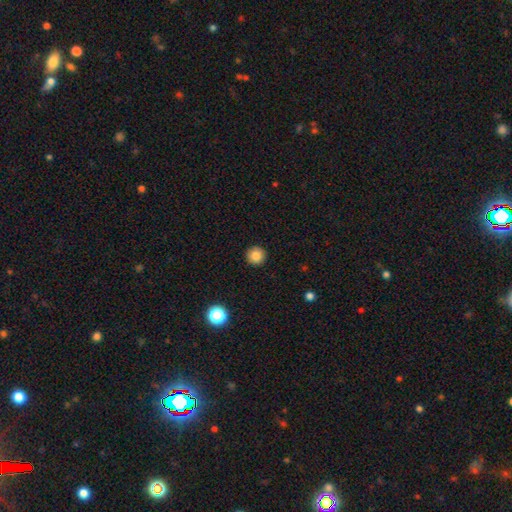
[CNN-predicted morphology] type=smooth (85%); roundness=round (96%); merging=none (93%).